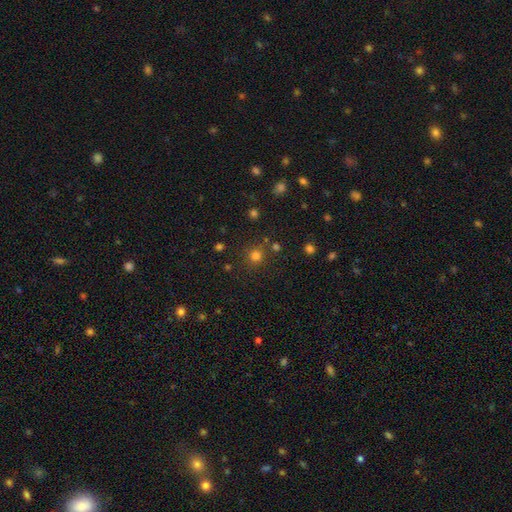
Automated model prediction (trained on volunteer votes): Overall: smooth (78%). How rounded: round (92%). Merging: none (83%).